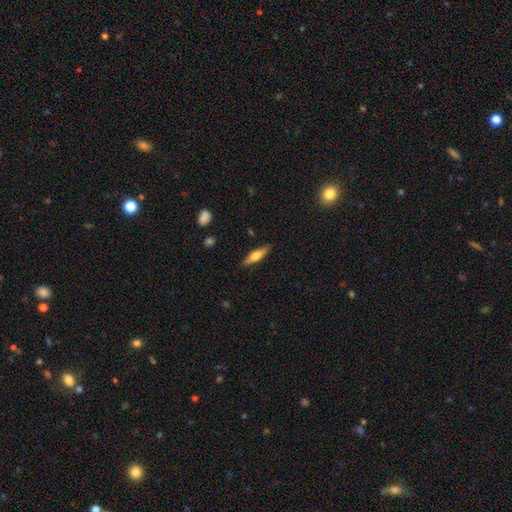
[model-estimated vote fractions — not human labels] Smooth or featured? smooth (48%)
Merging? none (88%)